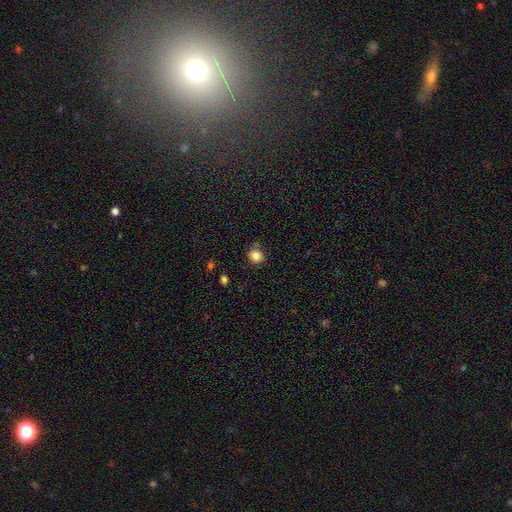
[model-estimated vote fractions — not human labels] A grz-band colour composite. It shows a smooth galaxy with no disk features (85%) that is round (84%). Merging: none (78%).